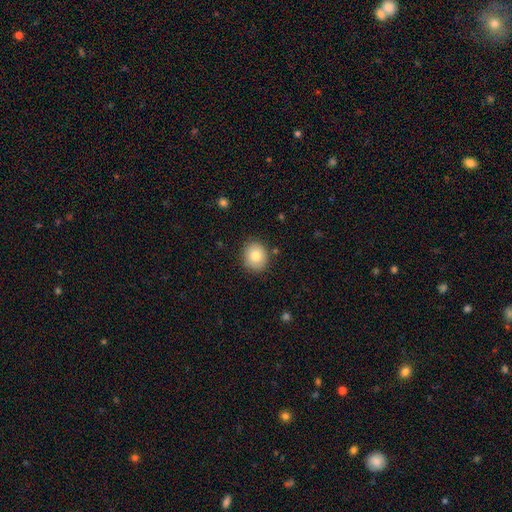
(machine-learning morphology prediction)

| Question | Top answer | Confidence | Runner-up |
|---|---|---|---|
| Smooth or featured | smooth | 81% | featured or disk (10%) |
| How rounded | round | 73% | in between (27%) |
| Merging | none | 86% | minor disturbance (10%) |